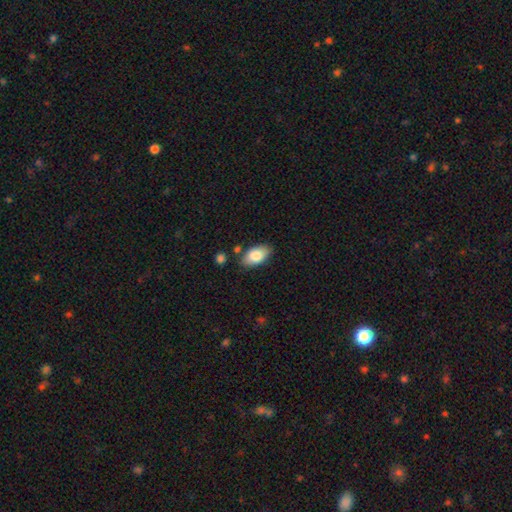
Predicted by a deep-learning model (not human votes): smooth_or_featured: smooth (p=0.82) [alt: featured or disk p=0.11]
how_rounded: in between (p=0.93) [alt: round p=0.04]
merging: none (p=0.79) [alt: minor disturbance p=0.14]